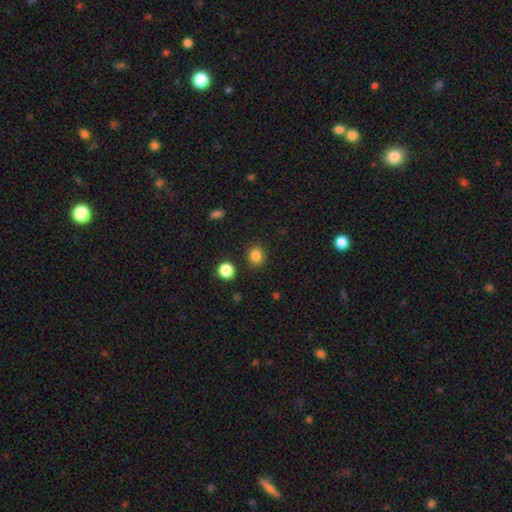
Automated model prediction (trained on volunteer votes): Smooth or featured? smooth (84%)
How rounded? round (82%)
Merging? none (88%)